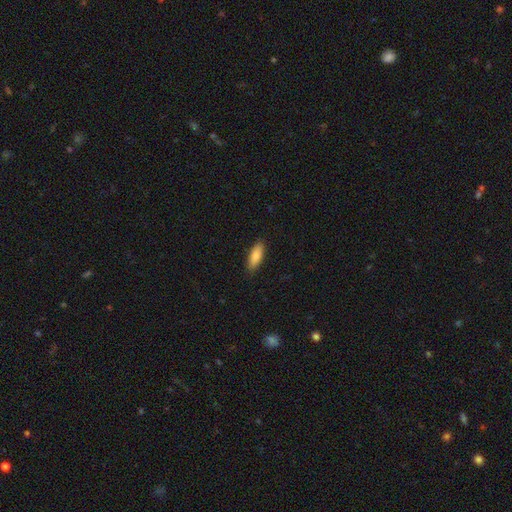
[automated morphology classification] Smooth or featured? Predicted: smooth (p=0.83). How rounded? Predicted: in between (p=0.63). Merging? Predicted: none (p=0.87).